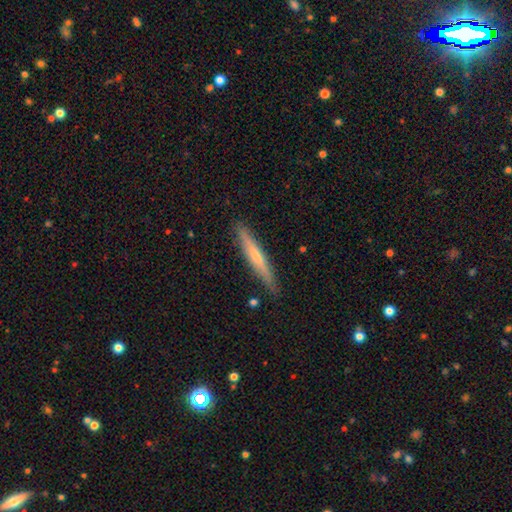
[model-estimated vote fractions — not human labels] smooth 50%, featured or disk 44%, star or artifact 6%. Down the decision tree: merging — none (88%).